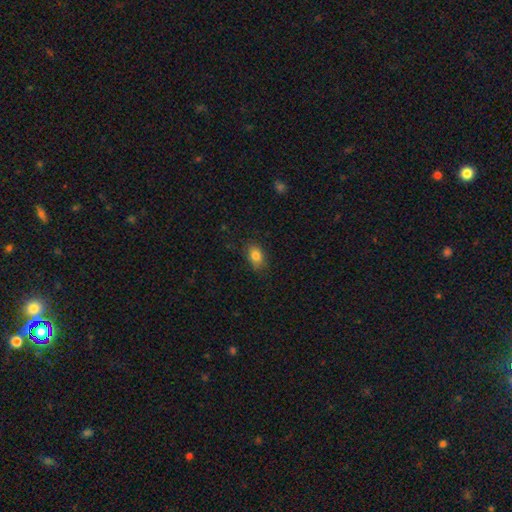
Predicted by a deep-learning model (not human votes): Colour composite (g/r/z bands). It shows a smooth galaxy with no disk features (84%) that is in between round and cigar-shaped (82%). Merging: none (80%).